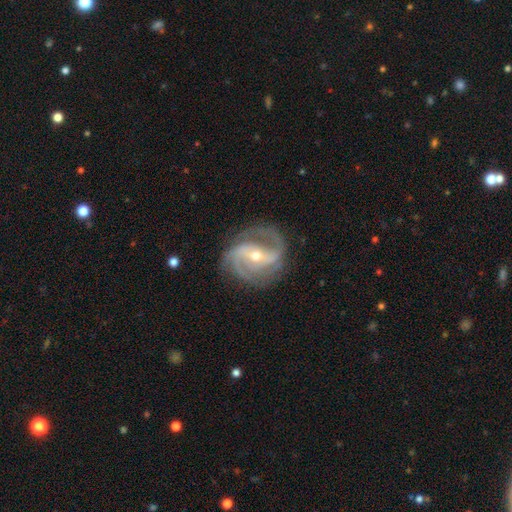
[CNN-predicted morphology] smooth_or_featured: featured or disk (p=0.90) [alt: star or artifact p=0.05]
disk_edge_on: no (p=0.97) [alt: yes p=0.03]
bar: strong (p=0.42) [alt: weak p=0.36]
has_spiral_arms: yes (p=0.98) [alt: no p=0.02]
spiral_winding: medium (p=0.53) [alt: tight p=0.30]
spiral_arm_count: 2 (p=0.57) [alt: 3 p=0.25]
bulge_size: small (p=0.50) [alt: moderate p=0.47]
merging: none (p=0.77) [alt: minor disturbance p=0.15]